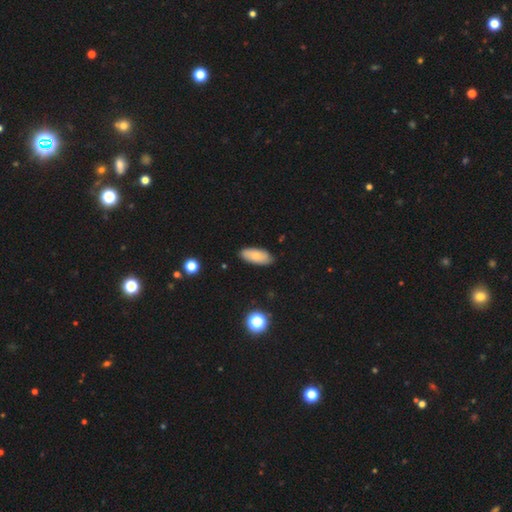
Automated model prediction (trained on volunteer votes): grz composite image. It shows a smooth galaxy with no disk features (76%) that is in between round and cigar-shaped (87%). Merging: none (85%).